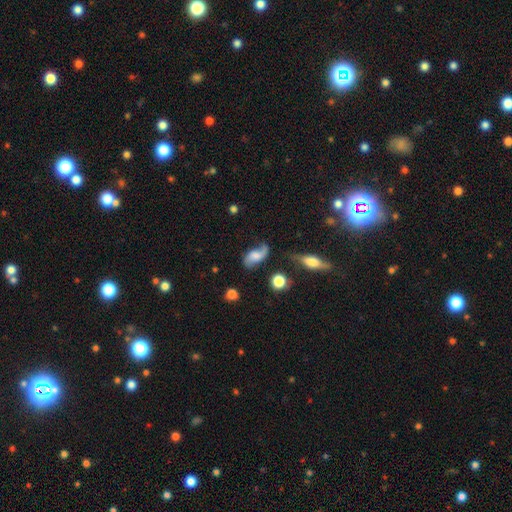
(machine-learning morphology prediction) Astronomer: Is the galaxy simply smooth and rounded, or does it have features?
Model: featured or disk — 70%.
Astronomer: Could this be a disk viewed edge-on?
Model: no — 95%.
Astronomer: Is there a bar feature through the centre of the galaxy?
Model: no — 59%.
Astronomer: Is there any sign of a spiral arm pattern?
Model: yes — 93%.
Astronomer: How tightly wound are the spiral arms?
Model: loose — 72%.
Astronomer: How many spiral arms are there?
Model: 2 — 88%.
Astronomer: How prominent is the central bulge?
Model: moderate — 34% (runner-up: small, 28%).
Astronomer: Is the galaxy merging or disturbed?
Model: none — 63%.